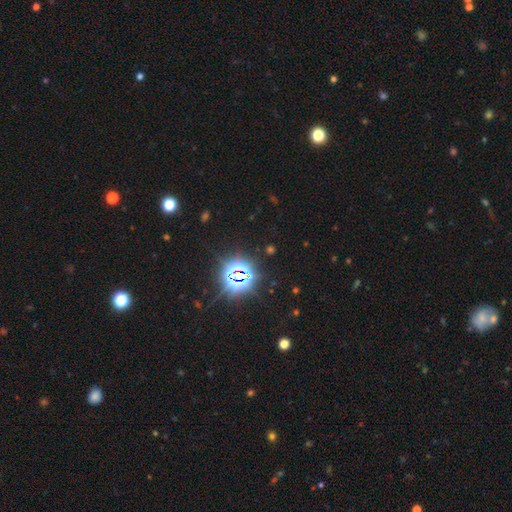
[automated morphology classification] A star or artifact, not a galaxy (85%).

Vote fractions:
- Smooth or featured? star or artifact: 85% / smooth: 9% / featured or disk: 6%